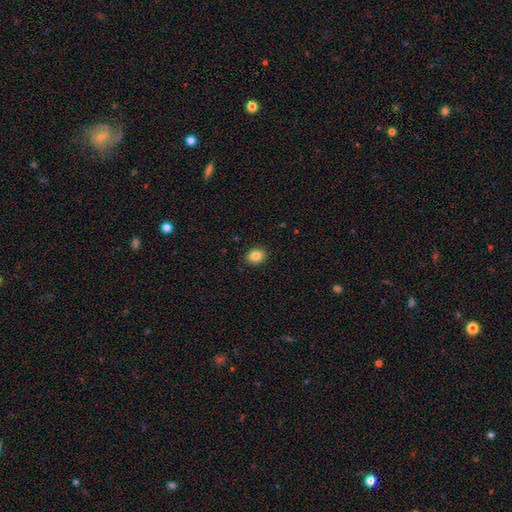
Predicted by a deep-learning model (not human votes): The model was most divided on "how rounded": in between: 56%, round: 43%, cigar-shaped: 1%. More confident: merging — none (89%); smooth or featured — smooth (85%).